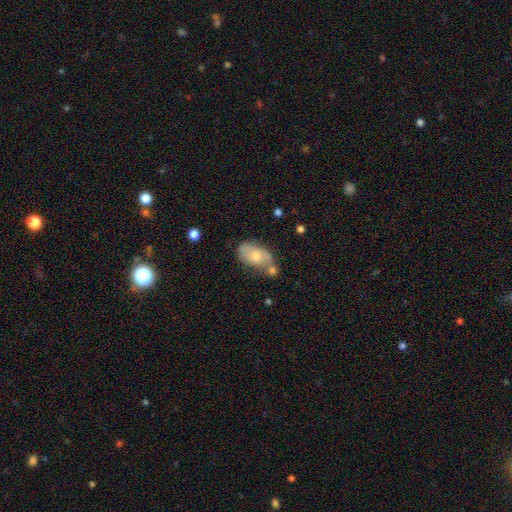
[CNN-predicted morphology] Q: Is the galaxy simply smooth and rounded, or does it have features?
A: smooth — 51%.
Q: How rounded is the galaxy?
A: in between — 89%.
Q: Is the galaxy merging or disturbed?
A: none — 36%.